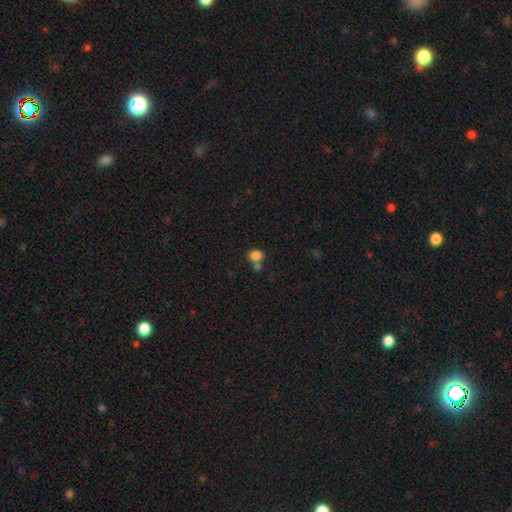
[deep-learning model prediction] A smooth galaxy with no disk features (83%) that is in between round and cigar-shaped (57%).

Vote fractions:
- Smooth or featured? smooth: 83% / star or artifact: 11% / featured or disk: 6%
- How rounded? in between: 57% / round: 42% / cigar-shaped: 1%
- Merging? none: 53% / merger: 33% / minor disturbance: 10% / major disturbance: 4%